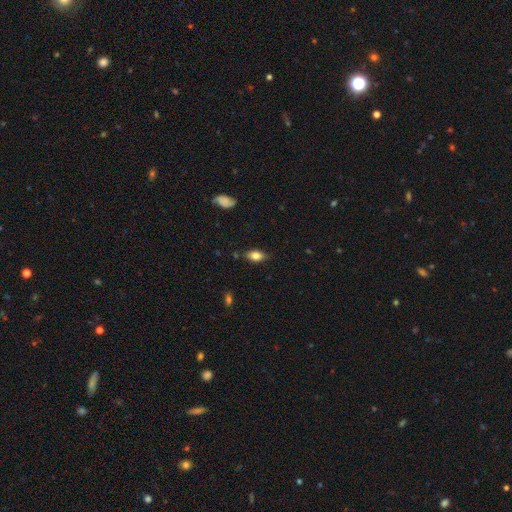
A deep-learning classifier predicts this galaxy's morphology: This is likely a smooth galaxy (76%). How rounded: clearly in between (86%). Merging: likely none (77%).